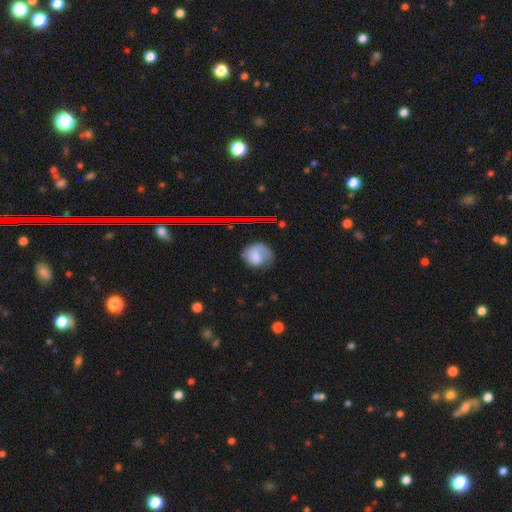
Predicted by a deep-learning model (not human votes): Overall: smooth (57%; featured or disk 32%). How rounded: round (70%). Merging: none (56%; minor disturbance 26%).